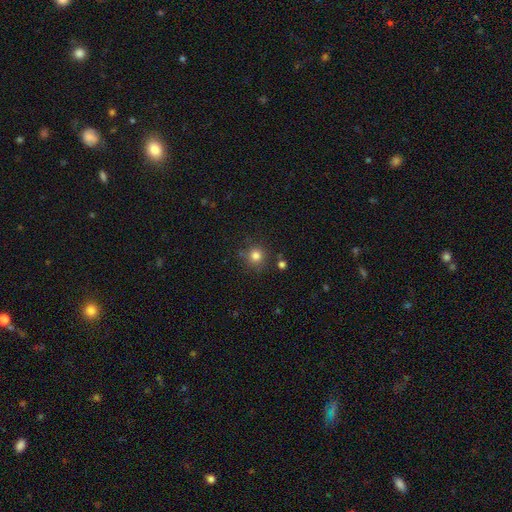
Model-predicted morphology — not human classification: Smooth or featured: smooth — 81% (star or artifact — 13%)
How rounded: round — 93% (in between — 6%)
Merging: none — 82% (minor disturbance — 10%)